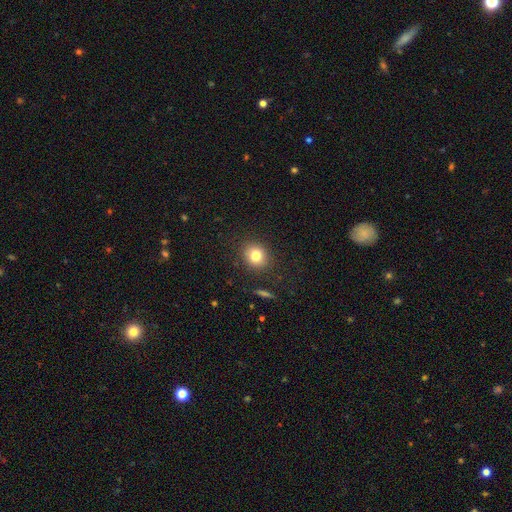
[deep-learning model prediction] smooth-or-featured: smooth: 79% | star or artifact: 12% | featured or disk: 9%
  how-rounded: round: 75% | in between: 24% | cigar-shaped: 1%
  merging: none: 88% | minor disturbance: 8% | major disturbance: 3% | merger: 1%